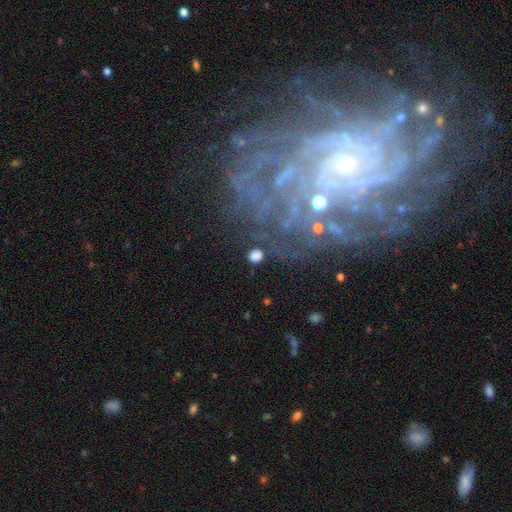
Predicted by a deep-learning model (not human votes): Q: Smooth or featured?
A: smooth (69%); runner-up: featured or disk (17%)
Q: How rounded?
A: round (86%); runner-up: in between (12%)
Q: Merging?
A: none (82%); runner-up: minor disturbance (9%)